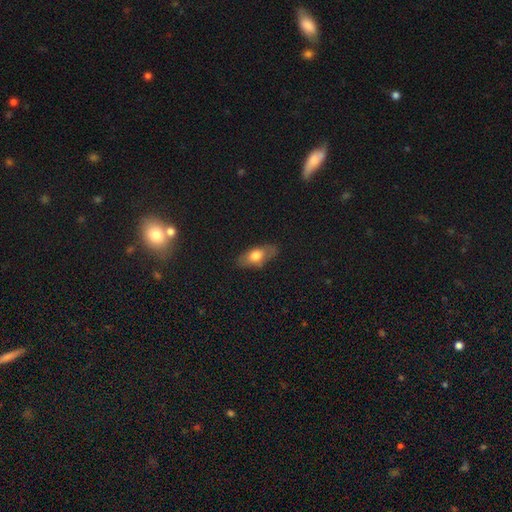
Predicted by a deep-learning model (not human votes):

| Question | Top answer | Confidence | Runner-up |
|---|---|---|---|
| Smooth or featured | smooth | 68% | featured or disk (25%) |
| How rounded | in between | 82% | cigar-shaped (13%) |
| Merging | none | 78% | minor disturbance (17%) |